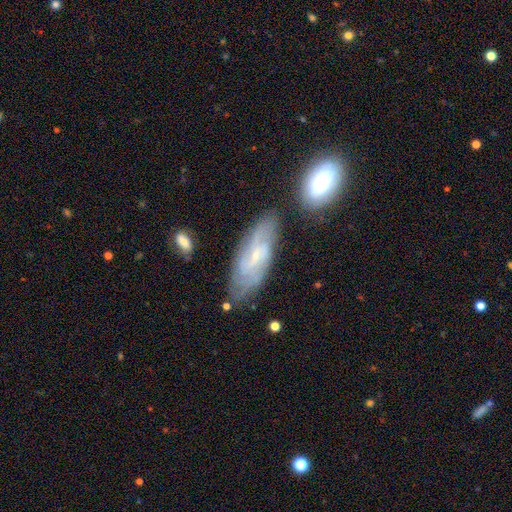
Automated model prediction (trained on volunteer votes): featured or disk 73%, smooth 20%, star or artifact 8%. Down the decision tree: edge-on disk — no (90%); bar — weak (48%); spiral arms — yes (89%); spiral arm count — can't tell (43%); spiral winding — tight (44%); bulge size — small (75%); merging — none (71%).